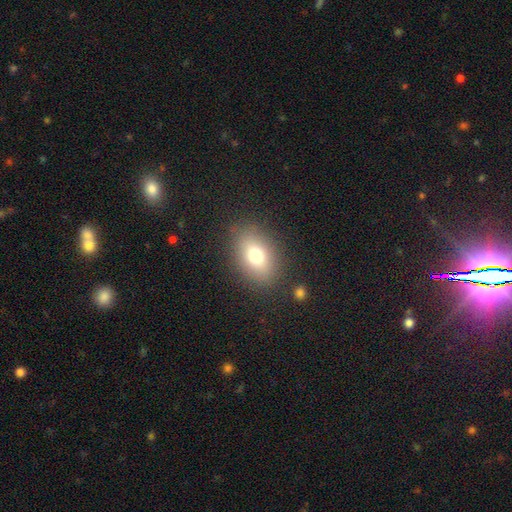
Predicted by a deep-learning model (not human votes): Overall: smooth (75%). How rounded: in between (78%). Merging: none (84%).